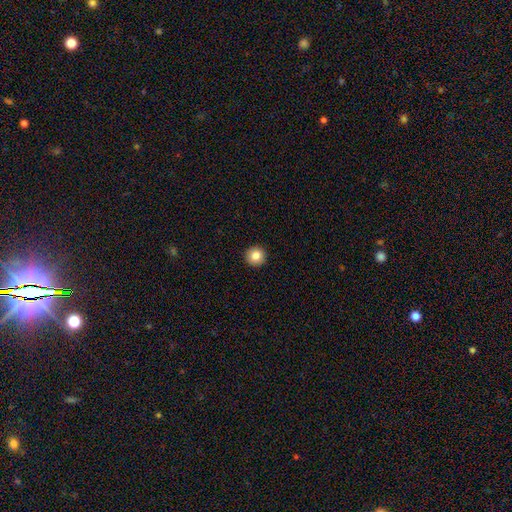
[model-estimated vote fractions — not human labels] The model was most divided on "smooth or featured": smooth: 83%, star or artifact: 10%, featured or disk: 7%. More confident: how rounded — round (96%); merging — none (94%).